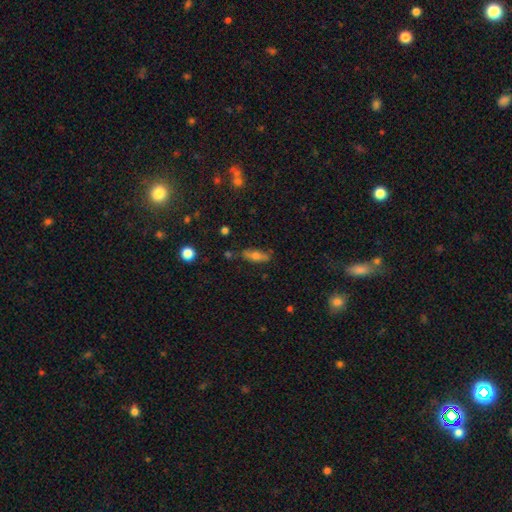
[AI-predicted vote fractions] Smooth or featured?
  - smooth: 56% *
  - featured or disk: 34%
  - star or artifact: 10%
How rounded?
  - in between: 54% *
  - cigar-shaped: 42%
  - round: 4%
Merging?
  - none: 79% *
  - minor disturbance: 14%
  - major disturbance: 3%
  - merger: 3%